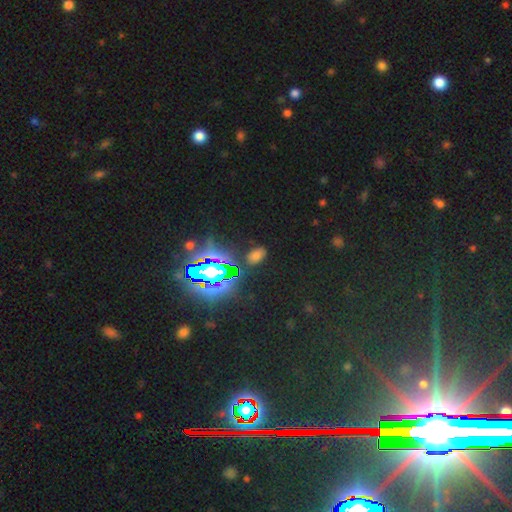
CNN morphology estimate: The model was most divided on "smooth or featured": smooth: 46%, star or artifact: 43%, featured or disk: 11%. More confident: merging — none (82%).